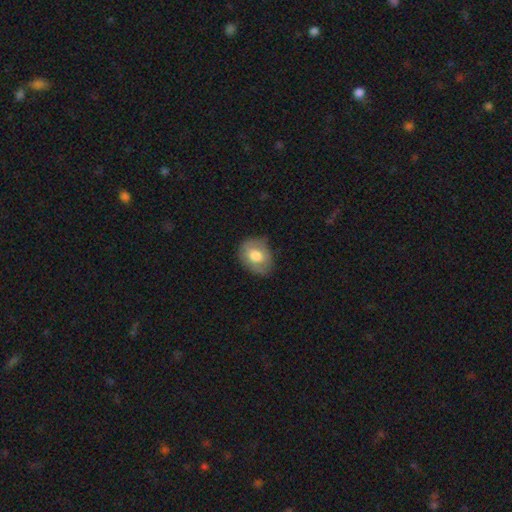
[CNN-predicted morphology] Smooth or featured? Predicted: smooth (p=0.67). How rounded? Predicted: in between (p=0.58). Merging? Predicted: none (p=0.70).